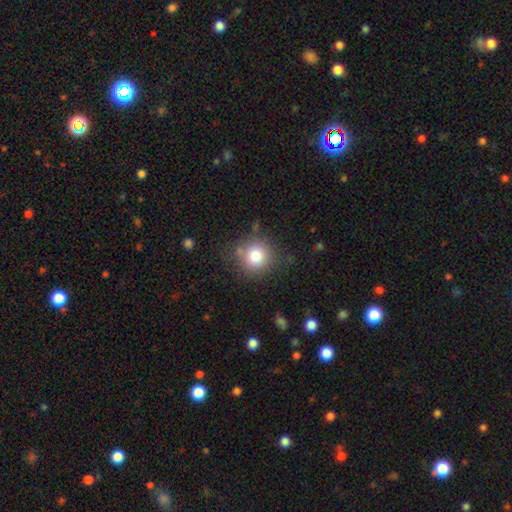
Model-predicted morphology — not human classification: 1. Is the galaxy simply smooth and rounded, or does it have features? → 79% smooth, 12% star or artifact, 9% featured or disk.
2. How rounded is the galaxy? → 91% round, 8% in between, 1% cigar-shaped.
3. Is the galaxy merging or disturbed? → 78% none, 13% minor disturbance, 5% major disturbance, 4% merger.